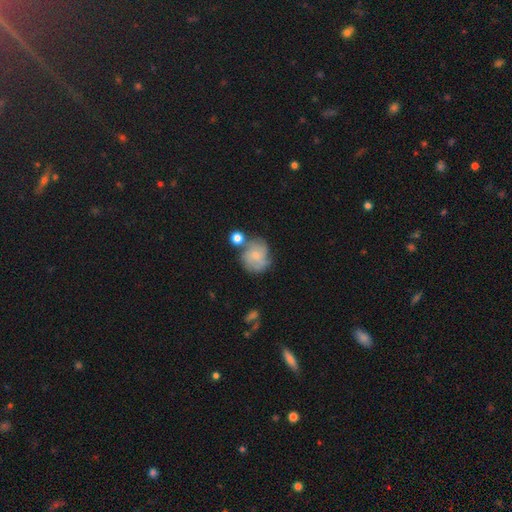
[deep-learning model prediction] Overall: featured or disk (48%; smooth 43%). Merging: none (51%; minor disturbance 22%).